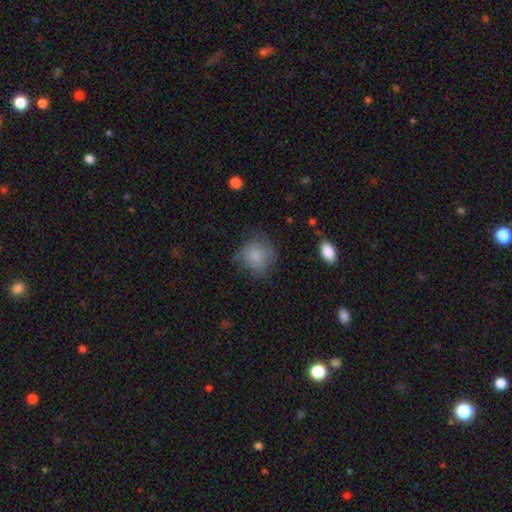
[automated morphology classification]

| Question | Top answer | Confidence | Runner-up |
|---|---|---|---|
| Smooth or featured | smooth | 80% | featured or disk (12%) |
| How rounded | round | 82% | in between (17%) |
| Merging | none | 61% | minor disturbance (27%) |